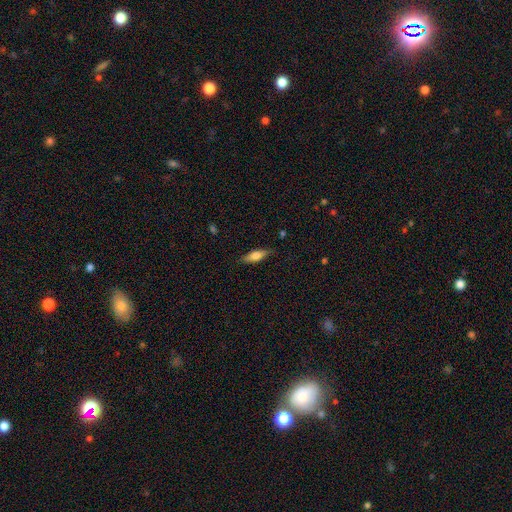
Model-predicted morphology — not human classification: smooth 65%, featured or disk 29%, star or artifact 6%. Down the decision tree: how rounded — in between (52%); merging — none (82%).